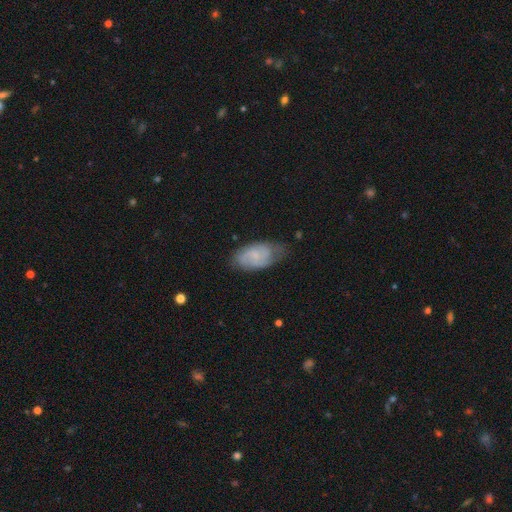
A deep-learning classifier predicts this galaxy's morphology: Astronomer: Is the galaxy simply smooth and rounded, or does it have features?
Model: featured or disk — 50% (runner-up: smooth, 43%).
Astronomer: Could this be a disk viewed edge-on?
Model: no — 95%.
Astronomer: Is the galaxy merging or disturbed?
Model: none — 62%.